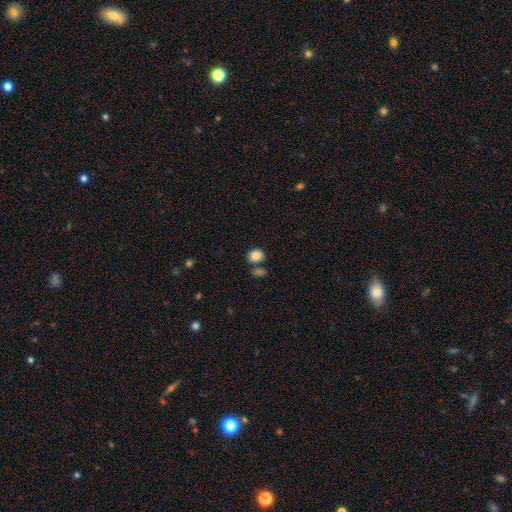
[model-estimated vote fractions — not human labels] The model was most divided on "how rounded": in between: 51%, round: 48%, cigar-shaped: 1%. More confident: smooth or featured — smooth (86%); merging — none (61%).